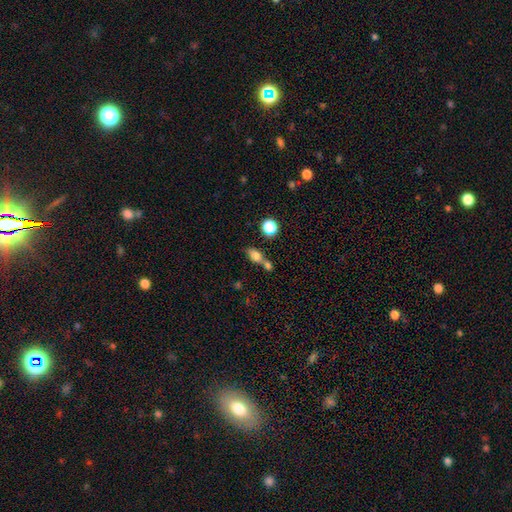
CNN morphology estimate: Q: Smooth or featured?
A: smooth (74%); runner-up: featured or disk (15%)
Q: How rounded?
A: in between (72%); runner-up: round (20%)
Q: Merging?
A: none (43%); runner-up: merger (40%)